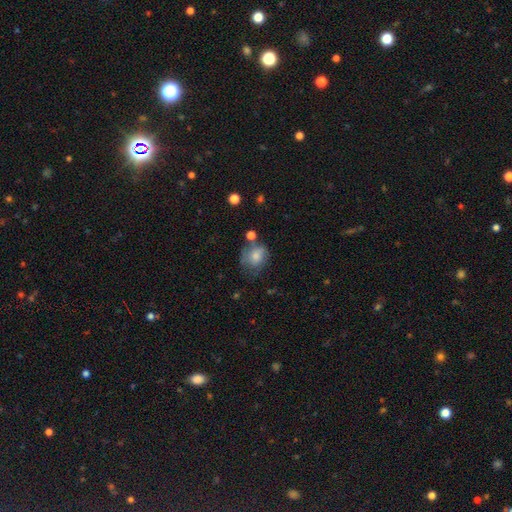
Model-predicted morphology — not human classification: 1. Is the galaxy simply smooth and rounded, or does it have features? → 68% smooth, 23% featured or disk, 9% star or artifact.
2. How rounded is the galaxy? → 59% round, 40% in between, 1% cigar-shaped.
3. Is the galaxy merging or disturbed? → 48% none, 28% minor disturbance, 15% major disturbance, 9% merger.